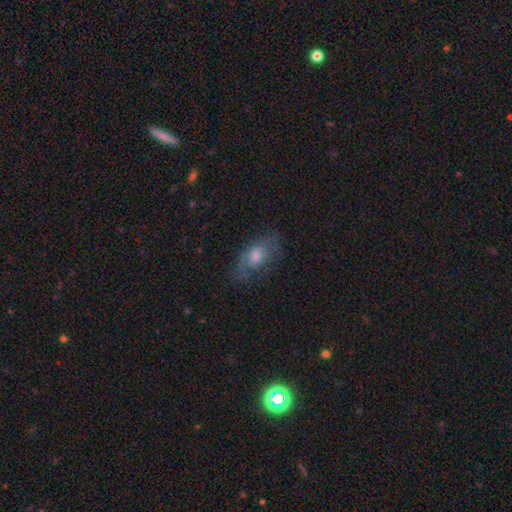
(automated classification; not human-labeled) This is possibly a smooth galaxy (46%). Merging: likely none (65%).